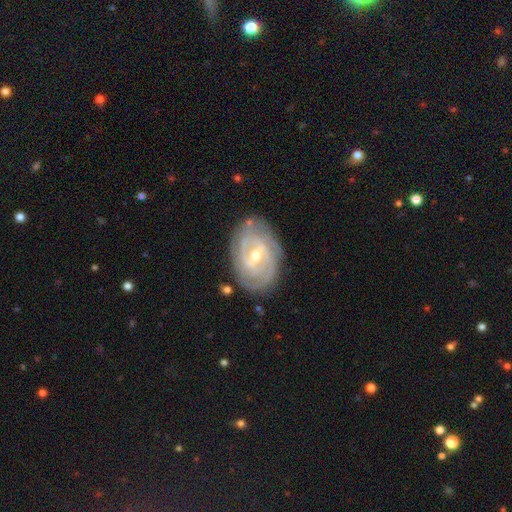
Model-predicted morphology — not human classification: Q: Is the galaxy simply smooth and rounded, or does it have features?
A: featured or disk — 86%.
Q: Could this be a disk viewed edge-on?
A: no — 96%.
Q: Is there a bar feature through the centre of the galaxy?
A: weak — 53%.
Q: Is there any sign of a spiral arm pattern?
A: yes — 94%.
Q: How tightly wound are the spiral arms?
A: tight — 69%.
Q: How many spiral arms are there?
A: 2 — 37%.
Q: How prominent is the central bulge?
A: moderate — 49%.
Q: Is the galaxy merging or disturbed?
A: none — 78%.